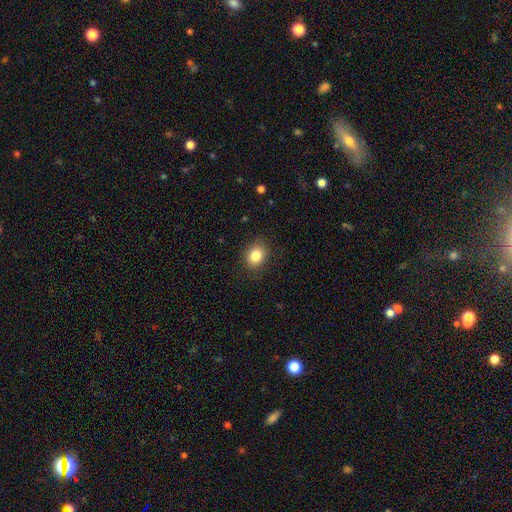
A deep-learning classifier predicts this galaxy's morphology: smooth_or_featured: smooth (p=0.84) [alt: star or artifact p=0.10]
how_rounded: round (p=0.53) [alt: in between p=0.46]
merging: none (p=0.86) [alt: minor disturbance p=0.10]